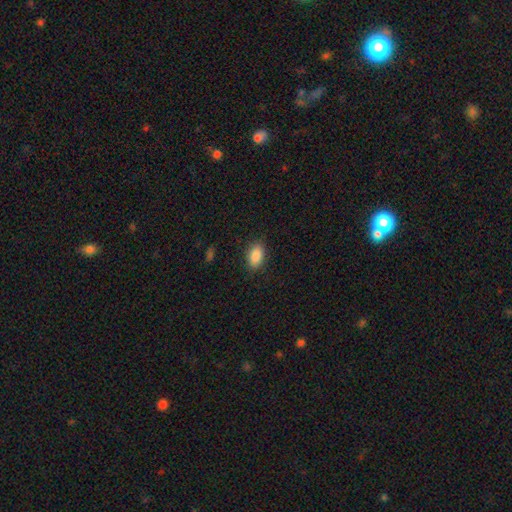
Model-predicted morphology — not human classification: The model was most divided on "merging": none: 87%, minor disturbance: 9%, major disturbance: 3%, merger: 1%. More confident: how rounded — in between (91%); smooth or featured — smooth (89%).